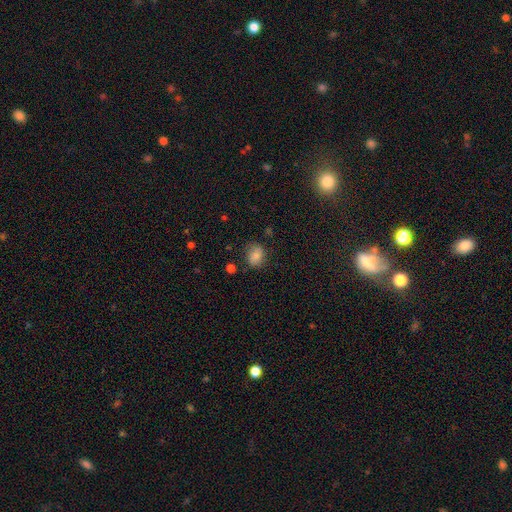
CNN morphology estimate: Overall: smooth (79%). How rounded: in between (60%; round 39%). Merging: none (69%).